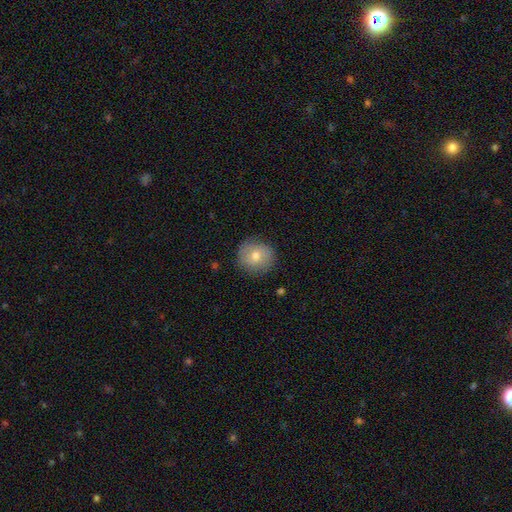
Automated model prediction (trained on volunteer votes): Smooth or featured? smooth (71%)
How rounded? round (91%)
Merging? none (86%)